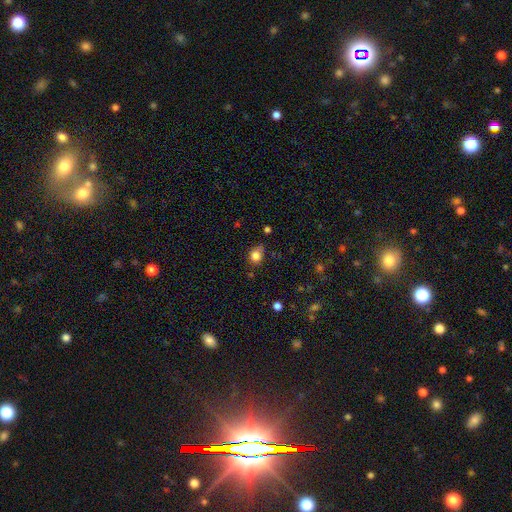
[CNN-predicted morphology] A smooth galaxy with no disk features (82%) that is round (69%).

Vote fractions:
- Smooth or featured? smooth: 82% / star or artifact: 12% / featured or disk: 7%
- How rounded? round: 69% / in between: 30% / cigar-shaped: 1%
- Merging? none: 64% / minor disturbance: 25% / major disturbance: 6% / merger: 5%